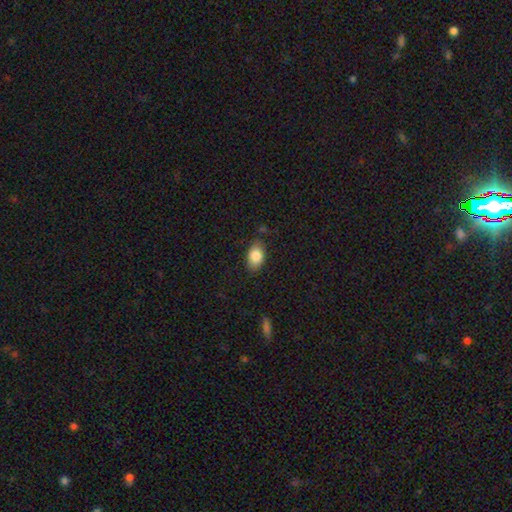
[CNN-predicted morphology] The model was most divided on "merging": none: 80%, minor disturbance: 15%, major disturbance: 3%, merger: 2%. More confident: how rounded — in between (89%); smooth or featured — smooth (84%).